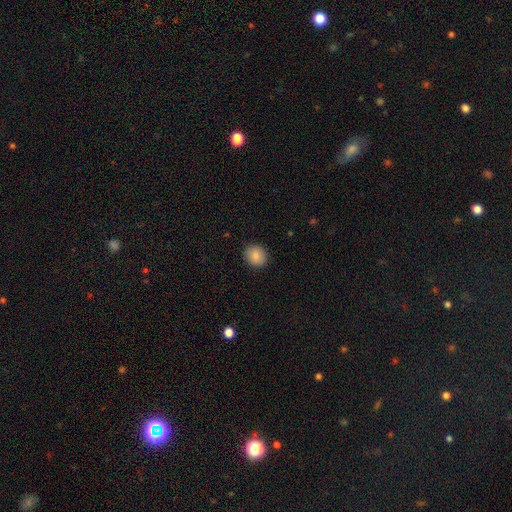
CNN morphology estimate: type=smooth (85%); roundness=round (80%); merging=none (90%).